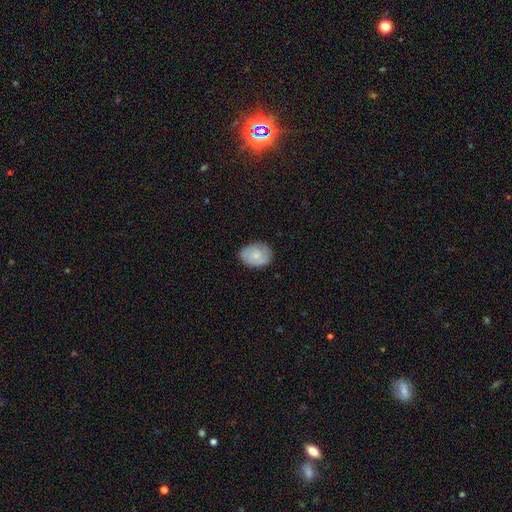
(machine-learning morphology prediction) smooth 57%, featured or disk 36%, star or artifact 7%. Down the decision tree: how rounded — in between (66%); merging — none (80%).